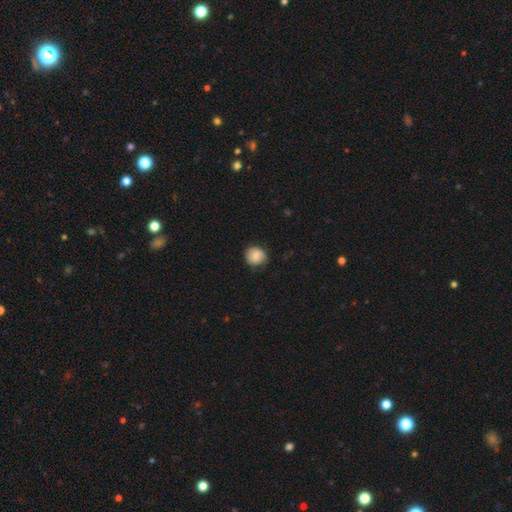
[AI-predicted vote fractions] This appears to be a smooth galaxy with no disk features (78%) that is round (86%). Merging: none (77%).